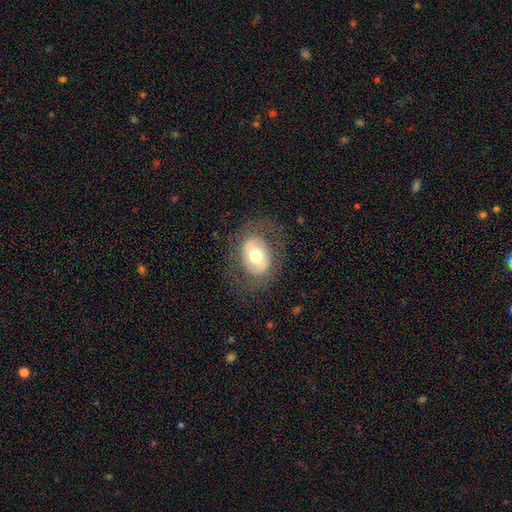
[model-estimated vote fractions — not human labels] The model was most divided on "smooth or featured": featured or disk: 48%, smooth: 45%, star or artifact: 7%. More confident: merging — none (74%).